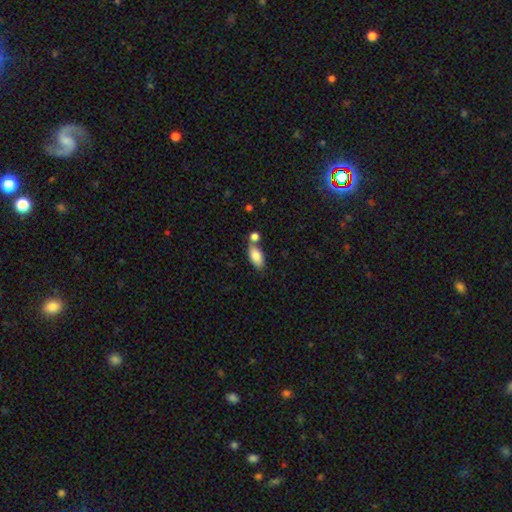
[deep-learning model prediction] This is clearly a smooth galaxy (83%). How rounded: clearly in between (90%). Merging: possibly none (53%).